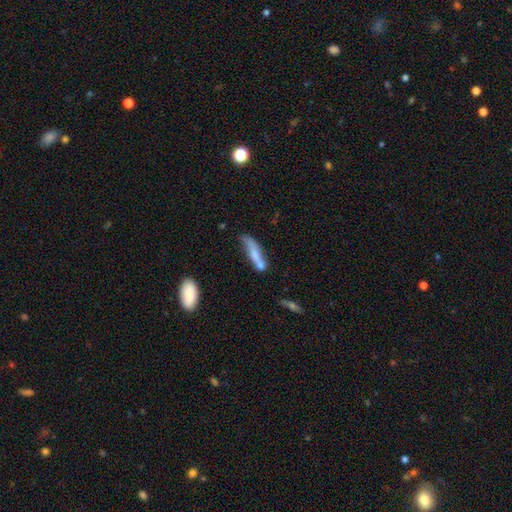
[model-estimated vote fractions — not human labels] A smooth galaxy with no disk features (63%) that is cigar-shaped (75%).

Vote fractions:
- Smooth or featured? smooth: 63% / featured or disk: 29% / star or artifact: 8%
- How rounded? cigar-shaped: 75% / in between: 23% / round: 2%
- Merging? none: 41% / minor disturbance: 26% / merger: 21% / major disturbance: 12%